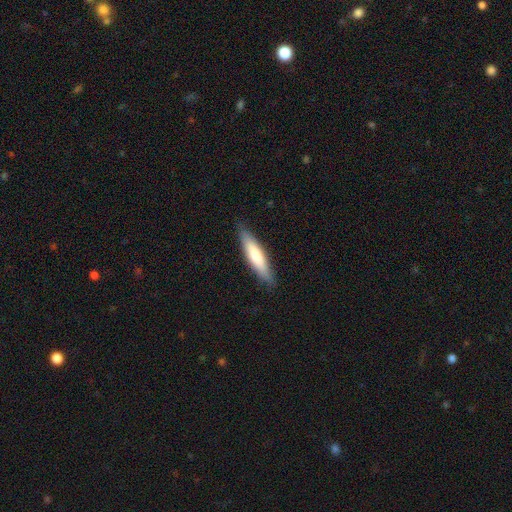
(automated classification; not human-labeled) The model was most divided on "smooth or featured": smooth: 69%, featured or disk: 26%, star or artifact: 5%. More confident: merging — none (86%); how rounded — cigar-shaped (76%).